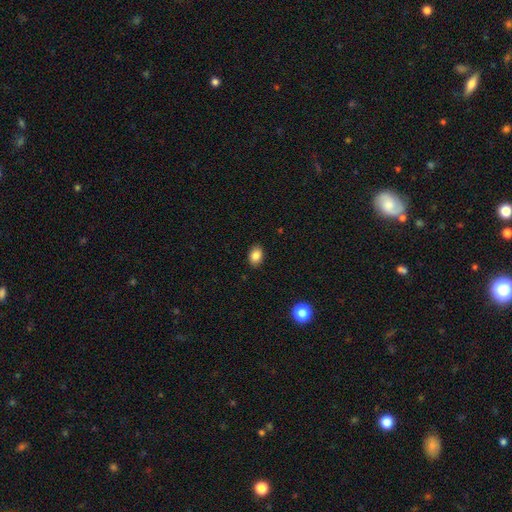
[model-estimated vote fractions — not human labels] Smooth or featured: smooth — 86% (star or artifact — 9%)
How rounded: in between — 74% (round — 25%)
Merging: none — 88% (minor disturbance — 9%)